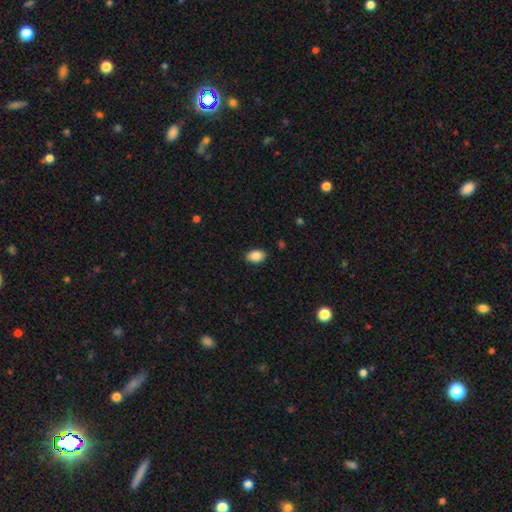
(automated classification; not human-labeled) This is clearly a smooth galaxy (87%). How rounded: clearly in between (88%). Merging: clearly none (87%).